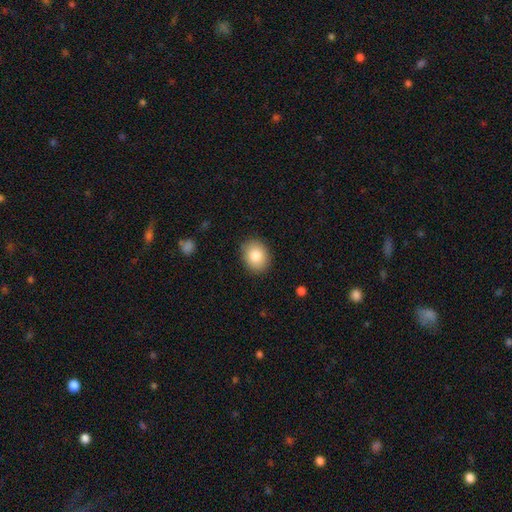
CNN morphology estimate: Smooth or featured? smooth (84%)
How rounded? in between (50%)
Merging? none (88%)